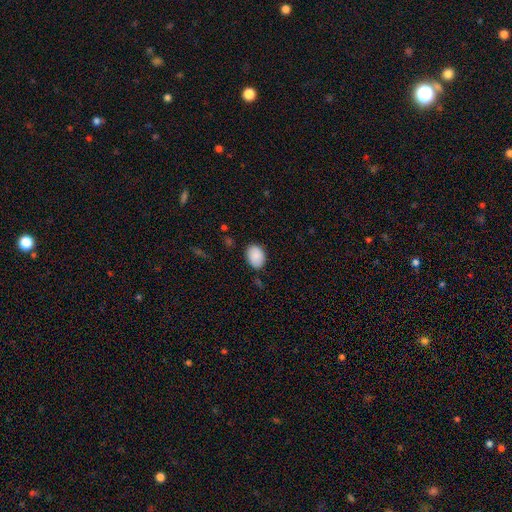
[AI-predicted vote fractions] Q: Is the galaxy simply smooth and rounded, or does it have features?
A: smooth — 89%.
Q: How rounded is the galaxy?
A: in between — 77%.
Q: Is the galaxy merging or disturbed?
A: none — 80%.